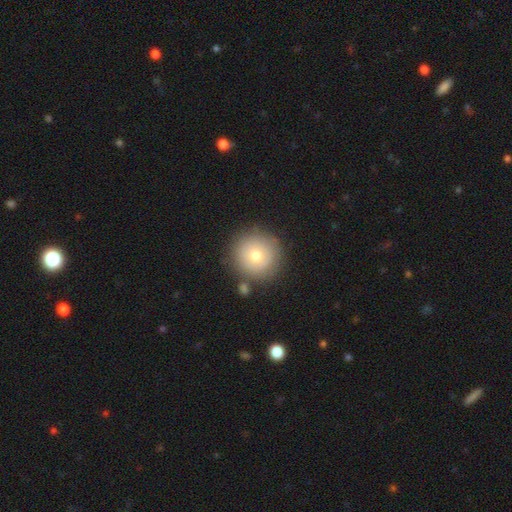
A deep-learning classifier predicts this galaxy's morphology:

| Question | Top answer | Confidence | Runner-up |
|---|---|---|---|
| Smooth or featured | smooth | 73% | featured or disk (16%) |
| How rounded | round | 96% | in between (3%) |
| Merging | none | 84% | minor disturbance (9%) |